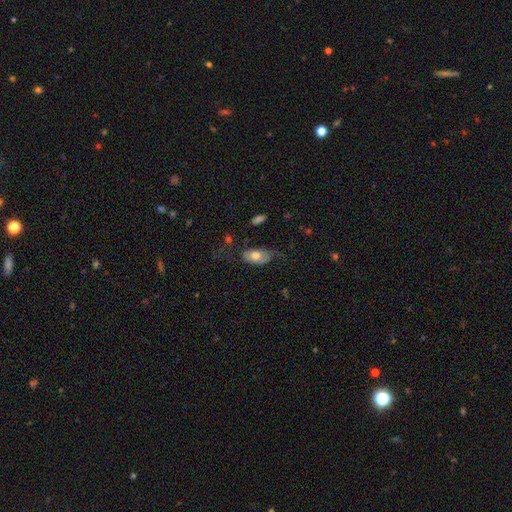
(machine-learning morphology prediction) smooth_or_featured: smooth (p=0.63) [alt: featured or disk p=0.31]
how_rounded: in between (p=0.91) [alt: round p=0.05]
merging: none (p=0.45) [alt: minor disturbance p=0.32]